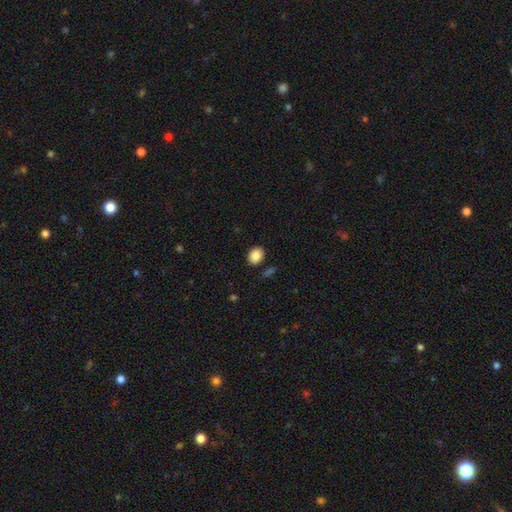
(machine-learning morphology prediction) This is clearly a smooth galaxy (87%). How rounded: possibly in between (55%). Merging: clearly none (86%).